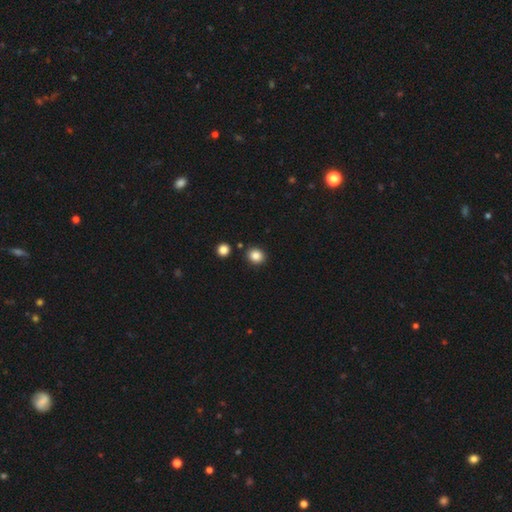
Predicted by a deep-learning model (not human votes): Smooth or featured?
  - smooth: 85% *
  - star or artifact: 10%
  - featured or disk: 5%
How rounded?
  - round: 76% *
  - in between: 23%
  - cigar-shaped: 1%
Merging?
  - none: 87% *
  - minor disturbance: 7%
  - merger: 4%
  - major disturbance: 2%